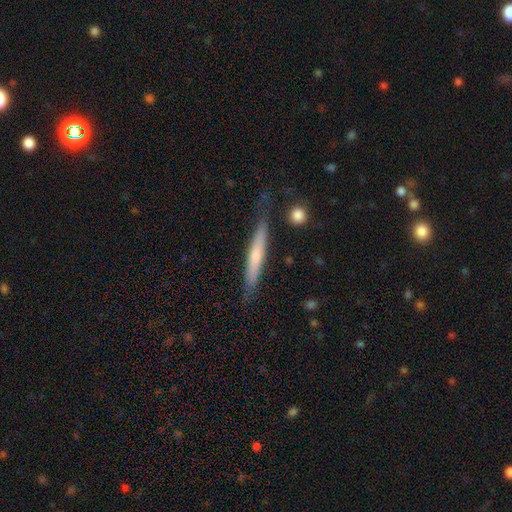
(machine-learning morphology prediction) smooth-or-featured: smooth: 50% | featured or disk: 44% | star or artifact: 6%
  how-rounded: cigar-shaped: 94% | in between: 4% | round: 1%
  merging: none: 78% | minor disturbance: 16% | major disturbance: 4% | merger: 2%